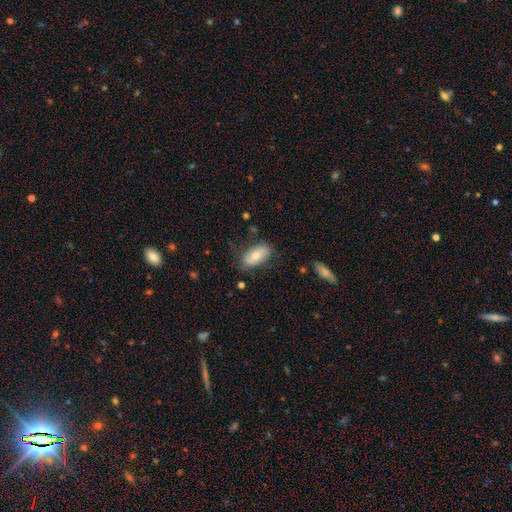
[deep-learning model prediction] Q: Smooth or featured?
A: smooth (61%); runner-up: featured or disk (33%)
Q: How rounded?
A: in between (88%); runner-up: cigar-shaped (8%)
Q: Merging?
A: none (73%); runner-up: minor disturbance (19%)